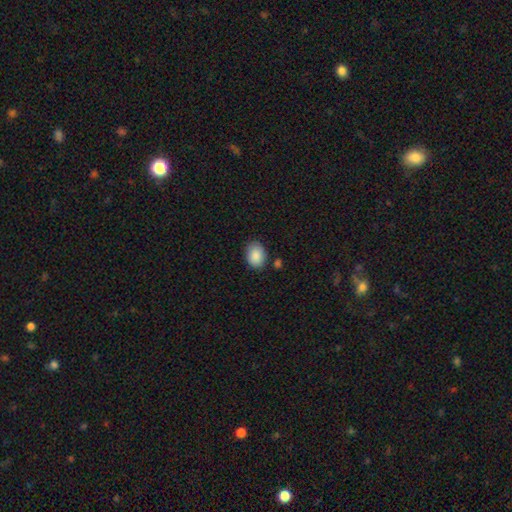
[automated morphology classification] Smooth or featured?
  - smooth: 89% *
  - star or artifact: 7%
  - featured or disk: 4%
How rounded?
  - in between: 70% *
  - round: 29%
  - cigar-shaped: 1%
Merging?
  - none: 80% *
  - minor disturbance: 14%
  - merger: 4%
  - major disturbance: 3%